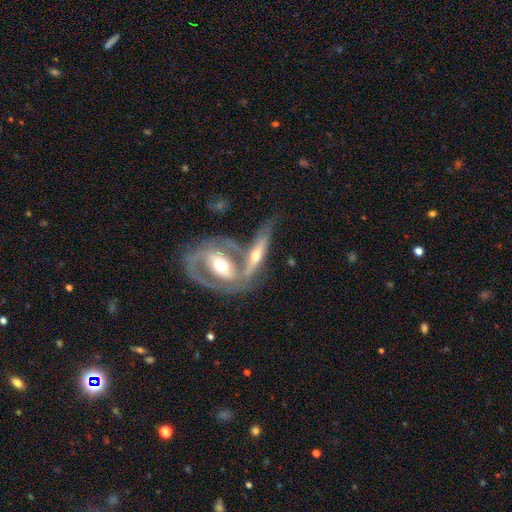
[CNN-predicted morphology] This is likely a featured or disk galaxy (77%). It is possibly not viewed edge-on (54%). Merging: possibly merger (45%).